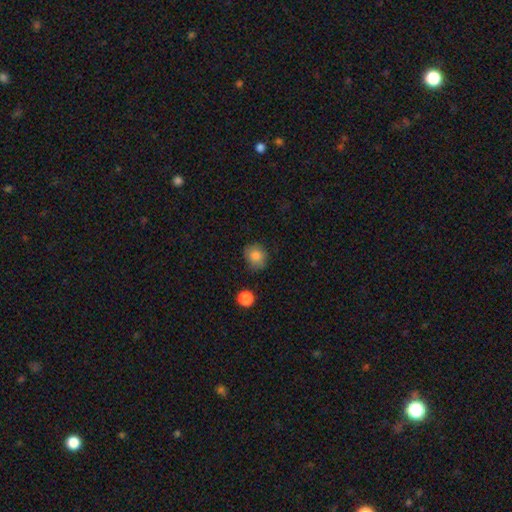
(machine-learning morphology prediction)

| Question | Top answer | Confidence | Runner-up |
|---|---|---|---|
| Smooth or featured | smooth | 83% | star or artifact (10%) |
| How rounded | round | 75% | in between (24%) |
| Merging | none | 77% | minor disturbance (17%) |